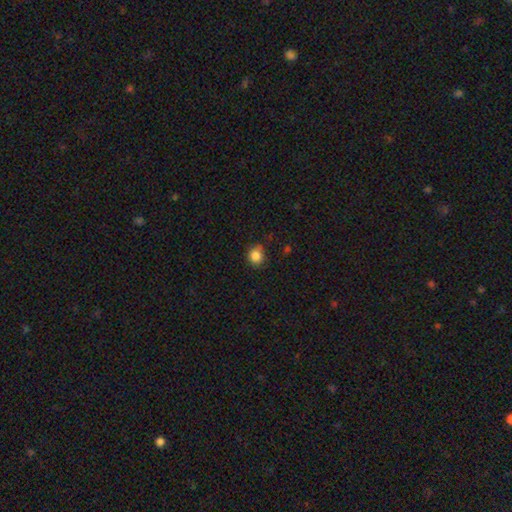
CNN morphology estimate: Smooth or featured? Predicted: smooth (p=0.85). How rounded? Predicted: round (p=0.81). Merging? Predicted: none (p=0.73).